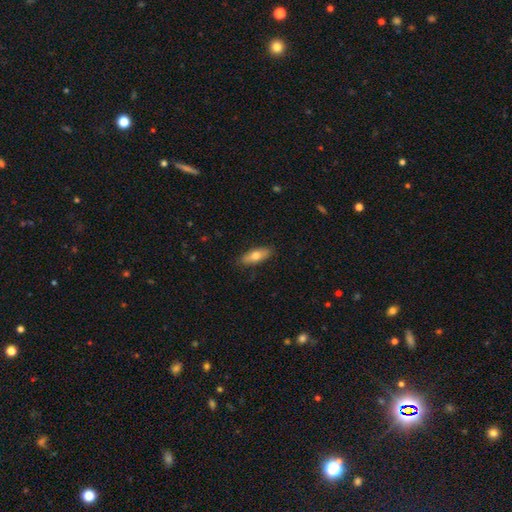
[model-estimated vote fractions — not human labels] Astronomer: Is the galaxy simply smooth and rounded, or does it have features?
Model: smooth — 69%.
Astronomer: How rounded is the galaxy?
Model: in between — 70%.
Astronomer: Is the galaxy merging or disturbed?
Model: none — 87%.